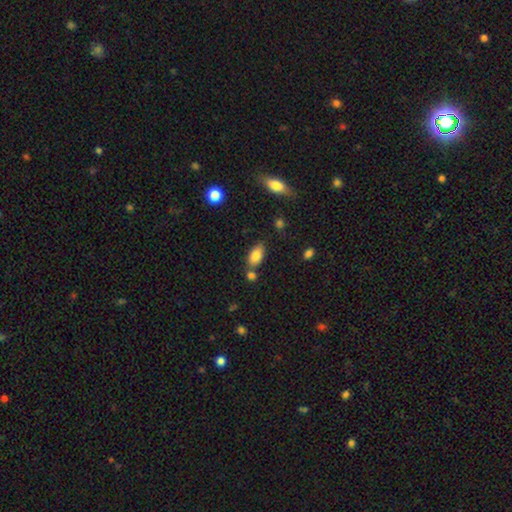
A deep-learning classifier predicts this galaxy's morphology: type=smooth (81%); roundness=in between (90%); merging=none (67%).